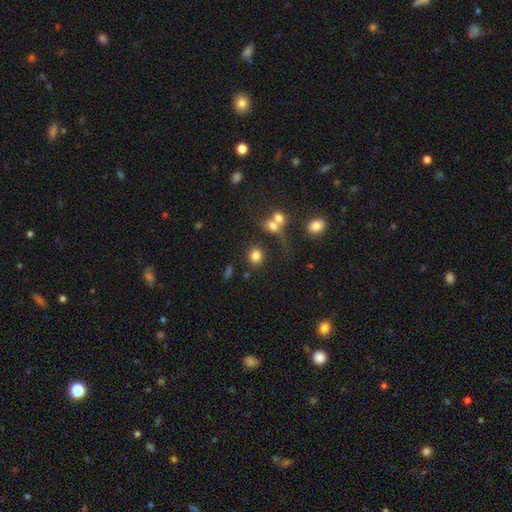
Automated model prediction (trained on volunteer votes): This is clearly a smooth galaxy (81%). How rounded: likely round (75%). Merging: likely none (68%).